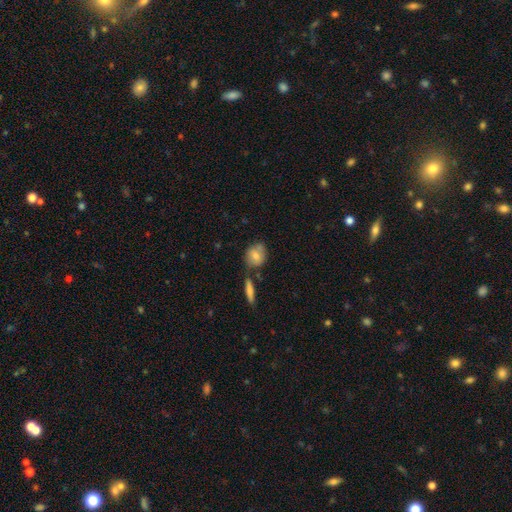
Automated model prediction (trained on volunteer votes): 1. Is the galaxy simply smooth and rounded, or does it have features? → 75% smooth, 18% featured or disk, 7% star or artifact.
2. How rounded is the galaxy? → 50% in between, 47% round, 3% cigar-shaped.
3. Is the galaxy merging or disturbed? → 59% none, 20% minor disturbance, 16% merger, 5% major disturbance.